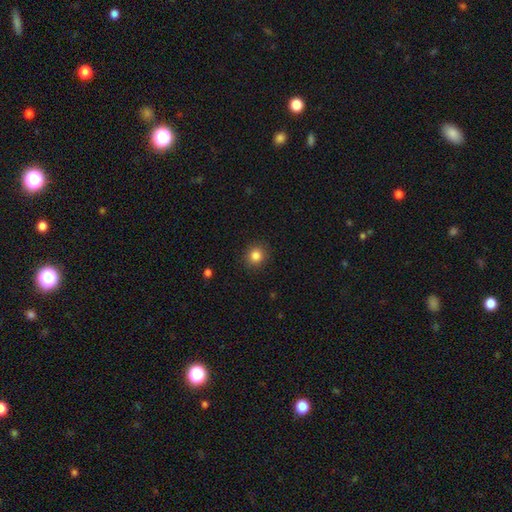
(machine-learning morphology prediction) A smooth galaxy with no disk features (84%) that is round (88%).

Vote fractions:
- Smooth or featured? smooth: 84% / star or artifact: 11% / featured or disk: 5%
- How rounded? round: 88% / in between: 11% / cigar-shaped: 1%
- Merging? none: 91% / minor disturbance: 6% / major disturbance: 2% / merger: 1%